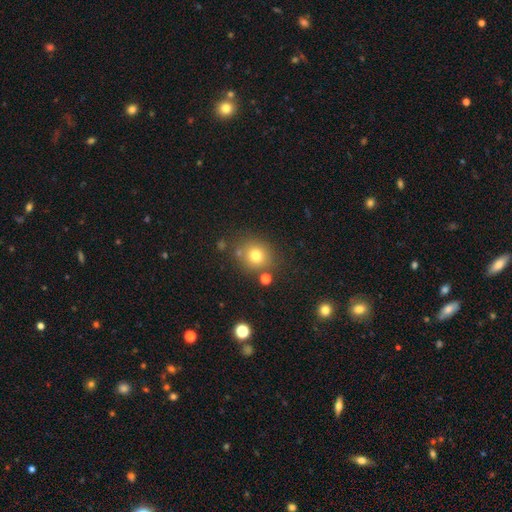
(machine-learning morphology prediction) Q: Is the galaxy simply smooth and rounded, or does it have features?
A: smooth — 75%.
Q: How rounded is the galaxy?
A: round — 82%.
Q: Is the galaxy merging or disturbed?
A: none — 77%.